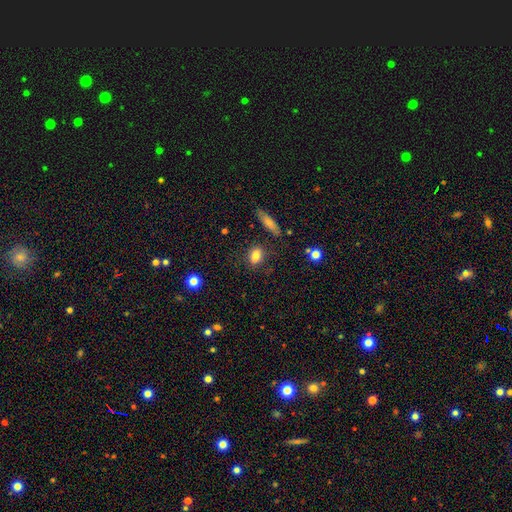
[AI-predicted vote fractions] A smooth galaxy with no disk features (82%) that is in between round and cigar-shaped (67%).

Vote fractions:
- Smooth or featured? smooth: 82% / star or artifact: 9% / featured or disk: 8%
- How rounded? in between: 67% / round: 30% / cigar-shaped: 4%
- Merging? none: 81% / minor disturbance: 12% / major disturbance: 4% / merger: 3%